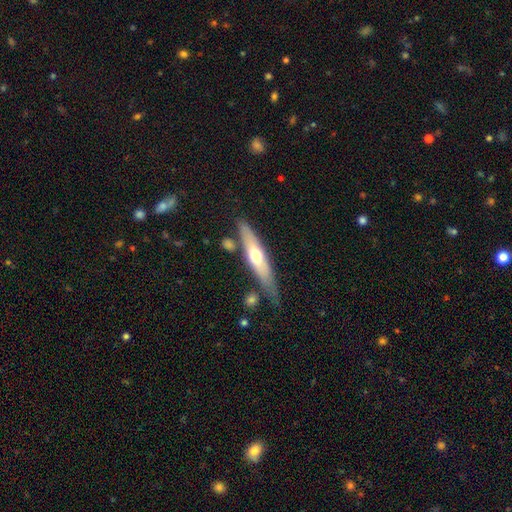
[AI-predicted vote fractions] Q: Smooth or featured?
A: featured or disk (52%); runner-up: smooth (43%)
Q: Edge-on disk?
A: yes (85%); runner-up: no (15%)
Q: Merging?
A: none (70%); runner-up: minor disturbance (18%)